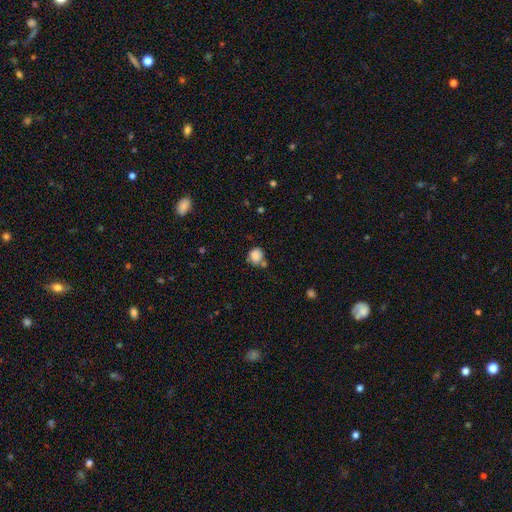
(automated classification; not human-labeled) This appears to be a smooth galaxy with no disk features (84%) that is round (80%). Merging: none (56%).